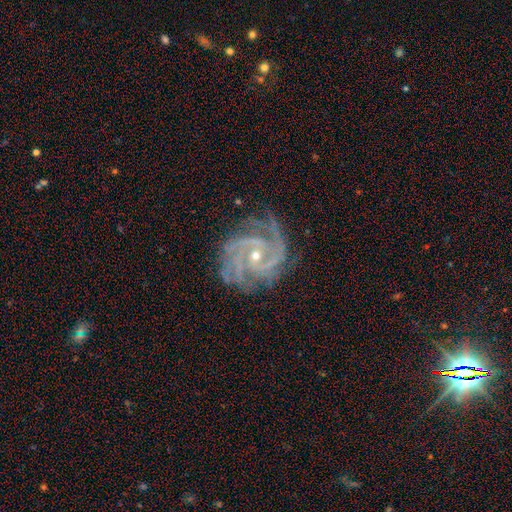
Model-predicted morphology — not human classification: Smooth or featured? Predicted: featured or disk (p=0.92). Edge-on disk? Predicted: no (p=0.98). Bar? Predicted: no (p=0.53). Spiral arms? Predicted: yes (p=0.99). Spiral winding? Predicted: tight (p=0.60). Spiral arm count? Predicted: 3 (p=0.31). Bulge size? Predicted: small (p=0.64). Merging? Predicted: none (p=0.72).